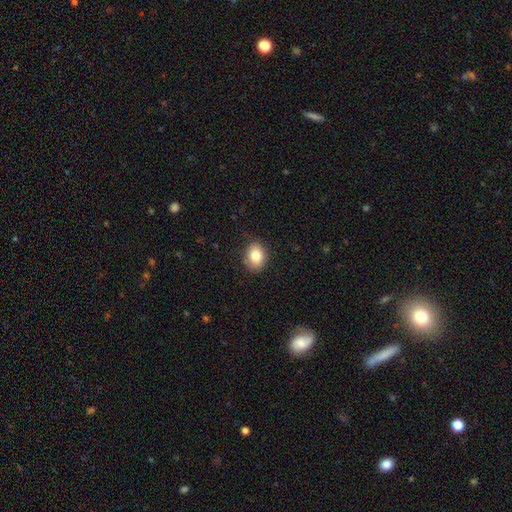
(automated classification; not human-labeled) A smooth galaxy with no disk features (83%) that is in between round and cigar-shaped (57%). Merging: none (83%).